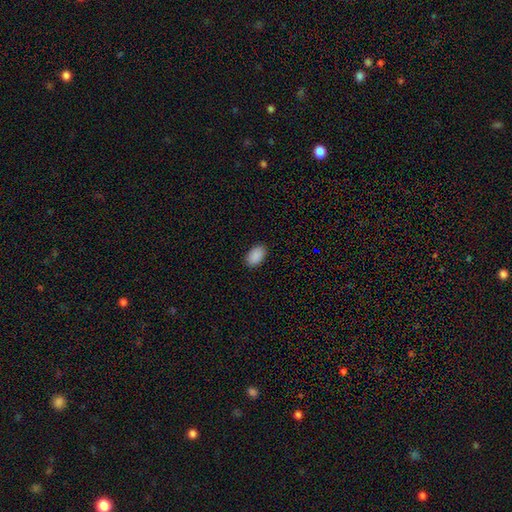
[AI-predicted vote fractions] Smooth or featured: smooth — 91% (star or artifact — 7%)
How rounded: in between — 93% (round — 5%)
Merging: none — 90% (minor disturbance — 8%)